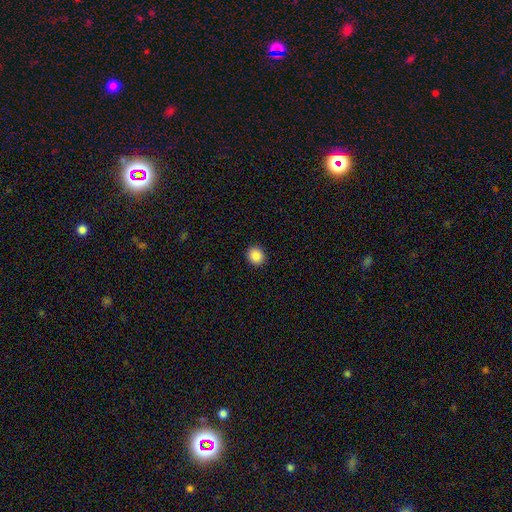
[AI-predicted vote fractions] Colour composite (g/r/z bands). It shows a smooth galaxy with no disk features (87%) that is round (86%). Merging: none (92%).